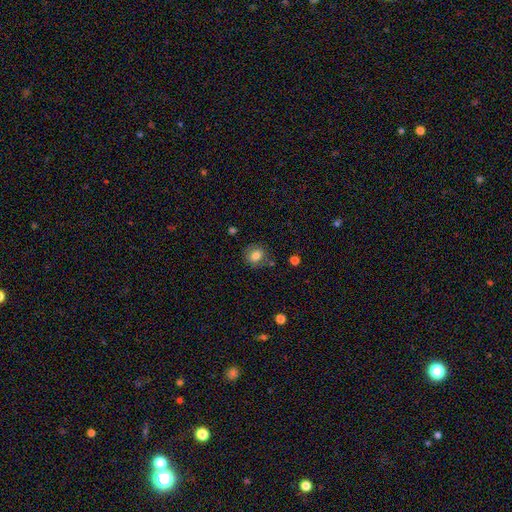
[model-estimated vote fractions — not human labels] smooth-or-featured: smooth: 79% | featured or disk: 12% | star or artifact: 10%
  how-rounded: round: 71% | in between: 28% | cigar-shaped: 1%
  merging: none: 79% | minor disturbance: 14% | major disturbance: 4% | merger: 3%